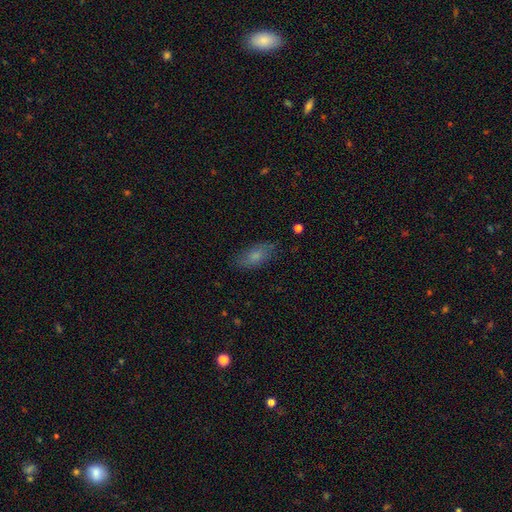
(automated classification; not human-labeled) Morphology: type=smooth (73%); roundness=in between (84%); merging=none (79%).